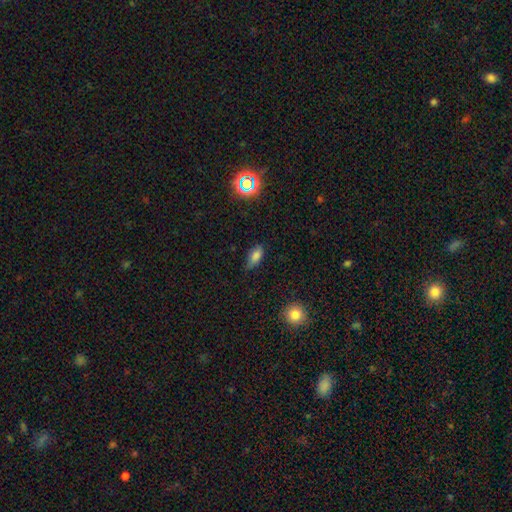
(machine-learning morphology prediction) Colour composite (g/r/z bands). It shows a smooth galaxy with no disk features (78%) that is in between round and cigar-shaped (84%). Merging: none (67%).